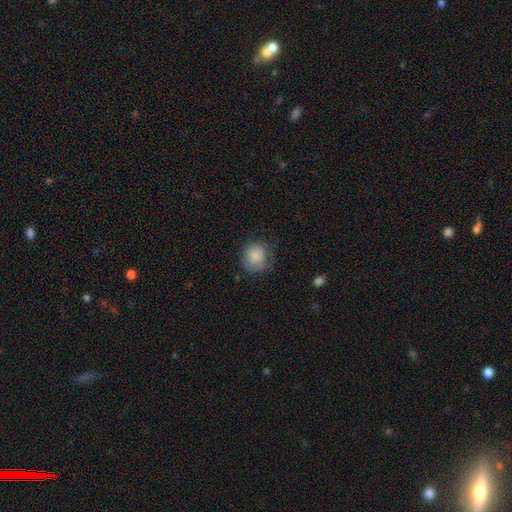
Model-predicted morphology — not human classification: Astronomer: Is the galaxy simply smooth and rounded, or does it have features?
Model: smooth — 84%.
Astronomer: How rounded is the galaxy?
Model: round — 86%.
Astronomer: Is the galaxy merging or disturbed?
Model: none — 62%.